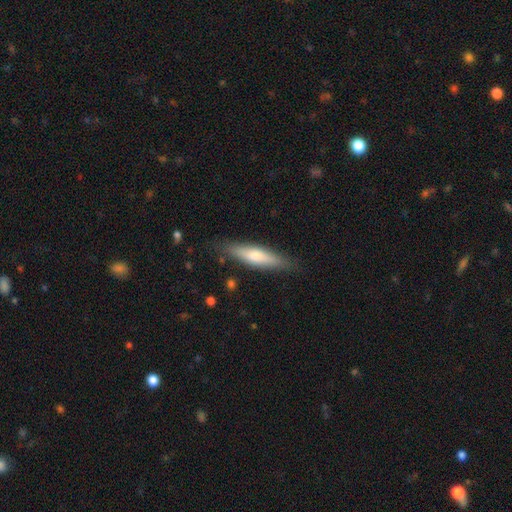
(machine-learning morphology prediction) Smooth or featured? Predicted: smooth (p=0.63). How rounded? Predicted: cigar-shaped (p=0.77). Merging? Predicted: none (p=0.84).